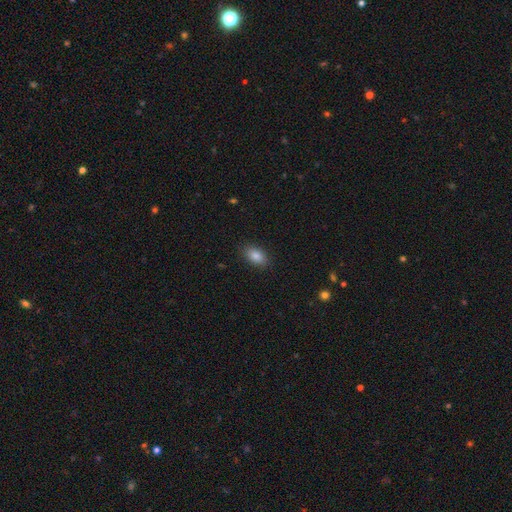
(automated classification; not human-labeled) smooth_or_featured: smooth (p=0.85) [alt: star or artifact p=0.08]
how_rounded: in between (p=0.90) [alt: round p=0.07]
merging: none (p=0.88) [alt: minor disturbance p=0.09]